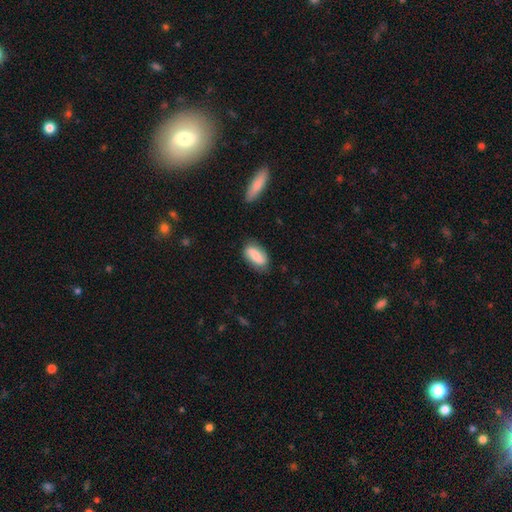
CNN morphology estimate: smooth_or_featured: smooth (p=0.71) [alt: featured or disk p=0.23]
how_rounded: in between (p=0.87) [alt: cigar-shaped p=0.09]
merging: none (p=0.75) [alt: minor disturbance p=0.19]